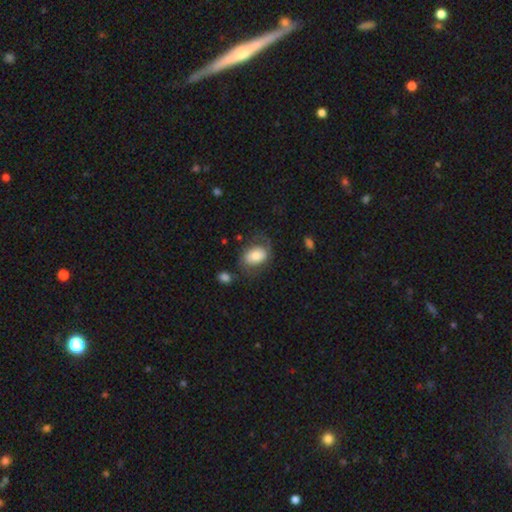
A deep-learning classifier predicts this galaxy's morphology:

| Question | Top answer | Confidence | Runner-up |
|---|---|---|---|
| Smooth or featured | smooth | 56% | featured or disk (37%) |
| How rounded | in between | 75% | round (24%) |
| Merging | none | 51% | minor disturbance (24%) |